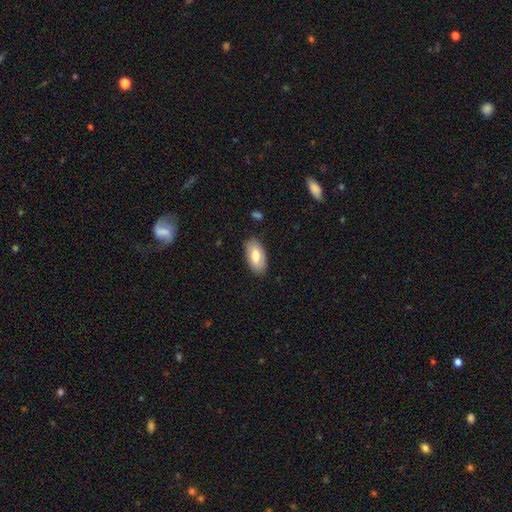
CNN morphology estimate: Smooth or featured: smooth — 73% (featured or disk — 21%)
How rounded: in between — 94% (cigar-shaped — 3%)
Merging: none — 85% (minor disturbance — 11%)